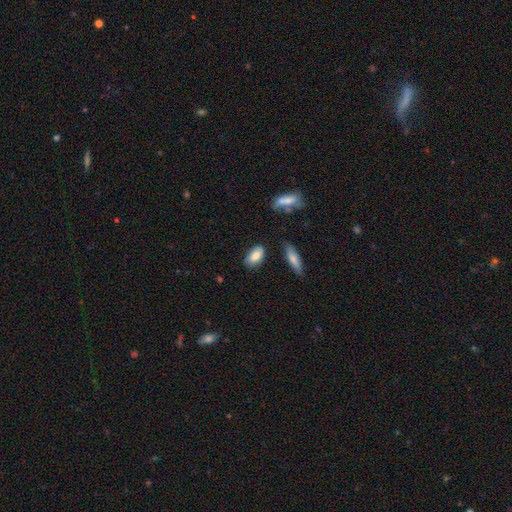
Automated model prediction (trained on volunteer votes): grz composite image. It shows a smooth galaxy with no disk features (80%) that is in between round and cigar-shaped (91%). Merging: none (76%).